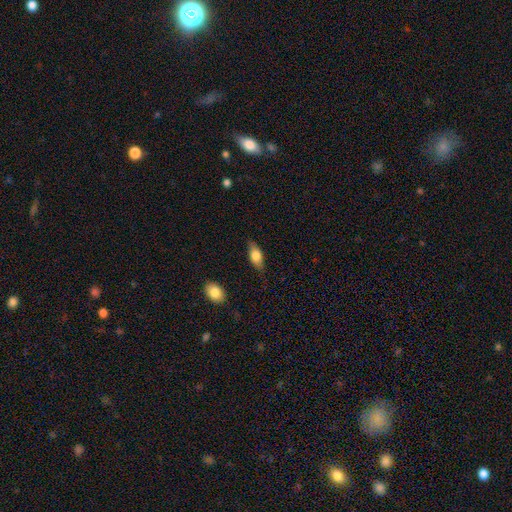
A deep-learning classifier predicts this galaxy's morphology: The model was most divided on "smooth or featured": smooth: 71%, featured or disk: 23%, star or artifact: 6%. More confident: how rounded — in between (81%); merging — none (79%).